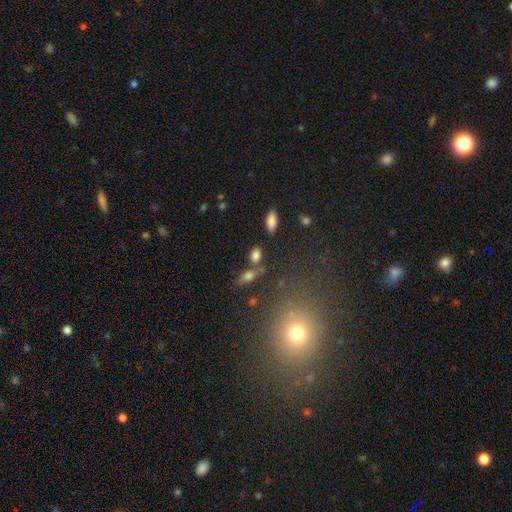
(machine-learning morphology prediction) A smooth galaxy with no disk features (78%) that is in between round and cigar-shaped (81%).

Vote fractions:
- Smooth or featured? smooth: 78% / featured or disk: 11% / star or artifact: 11%
- How rounded? in between: 81% / cigar-shaped: 10% / round: 9%
- Merging? none: 64% / merger: 19% / minor disturbance: 13% / major disturbance: 5%